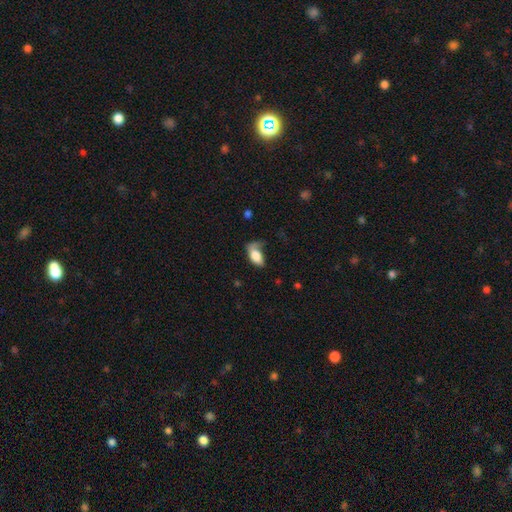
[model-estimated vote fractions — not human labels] Smooth or featured?
  - smooth: 76% *
  - featured or disk: 17%
  - star or artifact: 7%
How rounded?
  - in between: 90% *
  - cigar-shaped: 5%
  - round: 5%
Merging?
  - none: 33% *
  - minor disturbance: 31%
  - major disturbance: 30%
  - merger: 5%